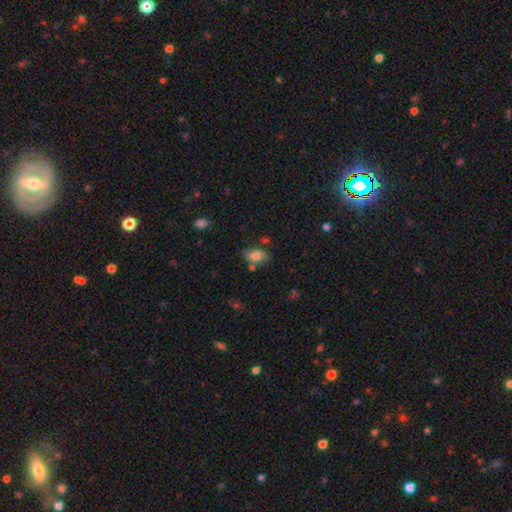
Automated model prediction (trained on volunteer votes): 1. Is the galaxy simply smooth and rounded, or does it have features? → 79% smooth, 12% featured or disk, 9% star or artifact.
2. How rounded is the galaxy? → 89% in between, 9% round, 2% cigar-shaped.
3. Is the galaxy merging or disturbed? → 71% none, 17% minor disturbance, 9% merger, 4% major disturbance.